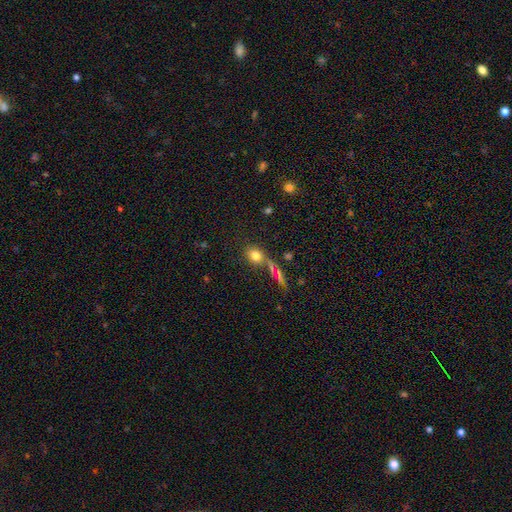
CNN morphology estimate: Smooth or featured? Predicted: smooth (p=0.76). How rounded? Predicted: round (p=0.49). Merging? Predicted: none (p=0.62).